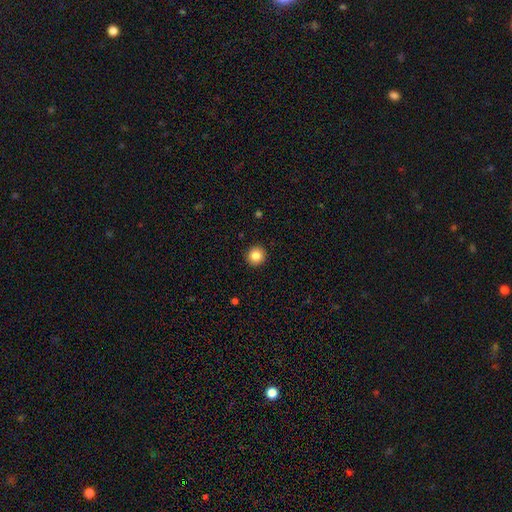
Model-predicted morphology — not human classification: A smooth galaxy with no disk features (84%) that is round (95%). Merging: none (93%).